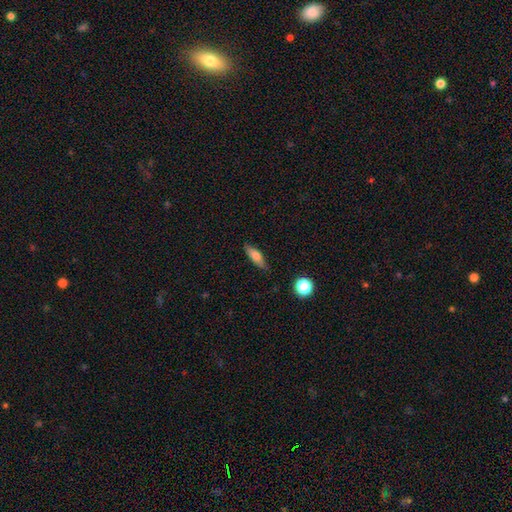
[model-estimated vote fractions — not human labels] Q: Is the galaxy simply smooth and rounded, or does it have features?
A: smooth — 68%.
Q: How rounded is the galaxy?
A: in between — 48%, tied with cigar-shaped.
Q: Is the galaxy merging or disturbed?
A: none — 81%.